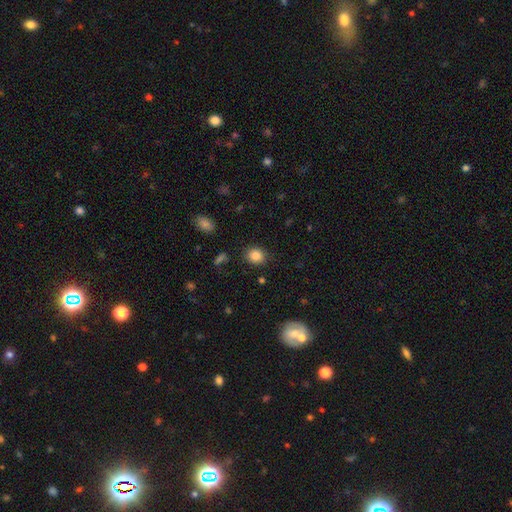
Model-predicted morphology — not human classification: Smooth or featured?
  - smooth: 85% *
  - star or artifact: 10%
  - featured or disk: 5%
How rounded?
  - round: 69% *
  - in between: 30%
  - cigar-shaped: 1%
Merging?
  - none: 86% *
  - minor disturbance: 9%
  - major disturbance: 3%
  - merger: 2%